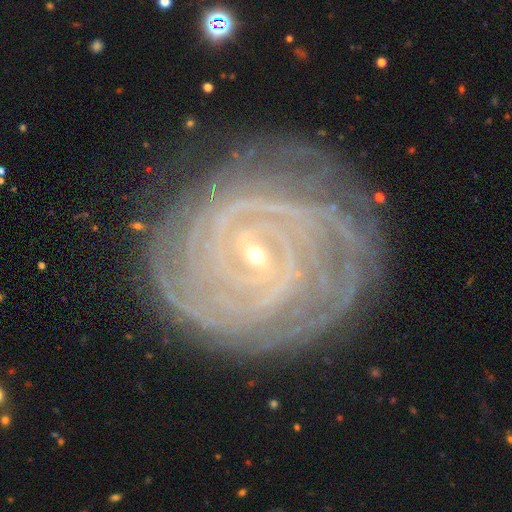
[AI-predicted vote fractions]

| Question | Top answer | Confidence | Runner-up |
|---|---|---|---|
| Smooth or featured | featured or disk | 89% | star or artifact (6%) |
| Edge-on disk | no | 97% | yes (3%) |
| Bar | weak | 41% | no (30%) |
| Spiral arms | yes | 98% | no (2%) |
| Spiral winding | tight | 85% | medium (12%) |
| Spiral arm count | can't tell | 22% | 4 (21%) |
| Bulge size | small | 79% | moderate (17%) |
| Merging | none | 75% | minor disturbance (17%) |